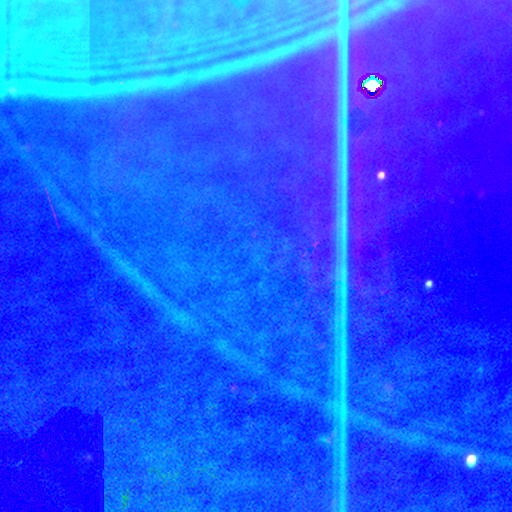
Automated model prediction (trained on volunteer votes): The model was most divided on "smooth or featured": star or artifact: 87%, featured or disk: 7%, smooth: 6%.